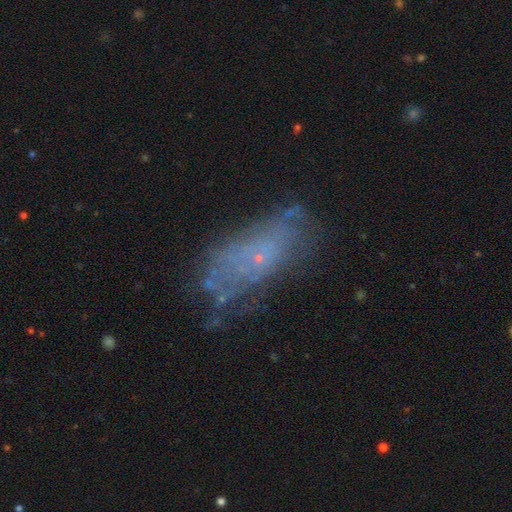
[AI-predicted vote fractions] This appears to be a featured or disk galaxy (46%). Merging: none (53%).